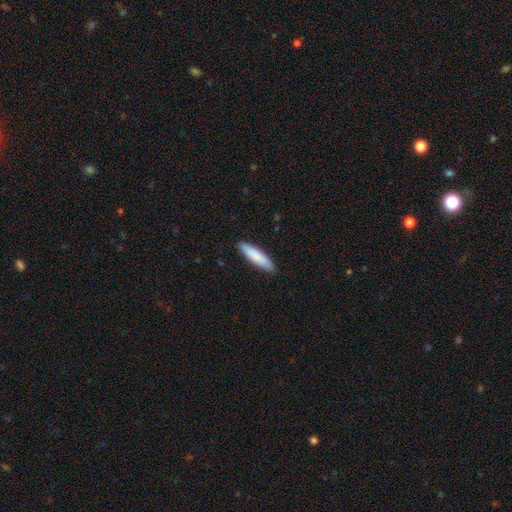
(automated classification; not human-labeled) Smooth or featured?
  - smooth: 85% *
  - featured or disk: 10%
  - star or artifact: 5%
How rounded?
  - cigar-shaped: 74% *
  - in between: 25%
  - round: 1%
Merging?
  - none: 89% *
  - minor disturbance: 9%
  - major disturbance: 1%
  - merger: 1%